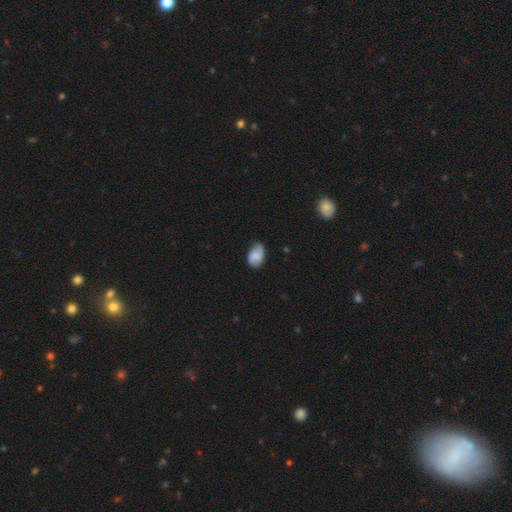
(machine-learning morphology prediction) Smooth or featured?
  - smooth: 69% *
  - featured or disk: 23%
  - star or artifact: 8%
How rounded?
  - in between: 88% *
  - round: 11%
  - cigar-shaped: 1%
Merging?
  - none: 69% *
  - minor disturbance: 25%
  - major disturbance: 4%
  - merger: 1%